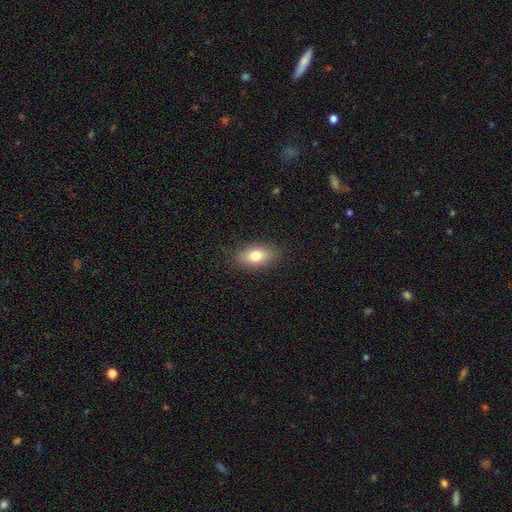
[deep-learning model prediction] smooth-or-featured: smooth: 79% | featured or disk: 13% | star or artifact: 8%
  how-rounded: in between: 87% | round: 9% | cigar-shaped: 4%
  merging: none: 86% | minor disturbance: 10% | major disturbance: 3% | merger: 1%